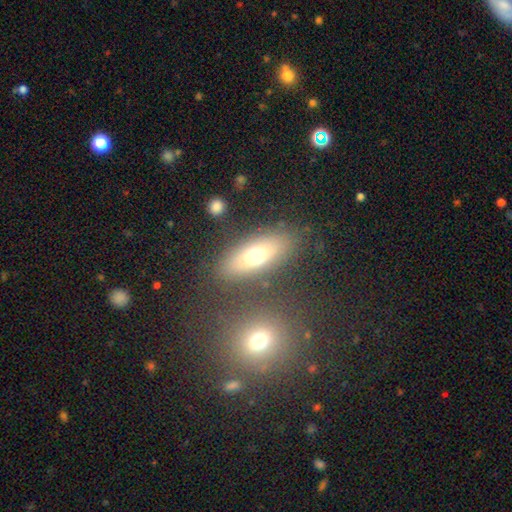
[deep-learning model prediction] Smooth or featured: smooth — 65% (featured or disk — 26%)
How rounded: in between — 70% (cigar-shaped — 25%)
Merging: none — 79% (minor disturbance — 11%)